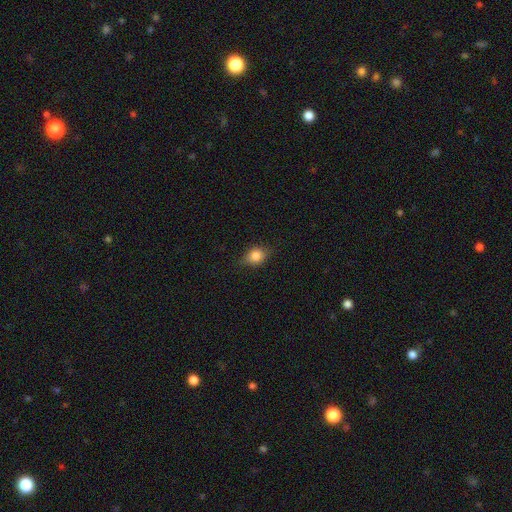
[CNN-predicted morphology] smooth-or-featured: smooth: 80% | featured or disk: 10% | star or artifact: 10%
  how-rounded: in between: 51% | round: 47% | cigar-shaped: 2%
  merging: none: 78% | minor disturbance: 18% | major disturbance: 4% | merger: 1%